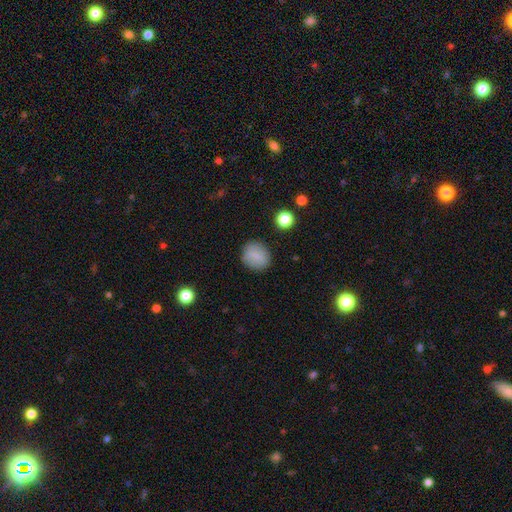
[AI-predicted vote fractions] This is clearly a smooth galaxy (80%). How rounded: likely round (68%). Merging: clearly none (85%).